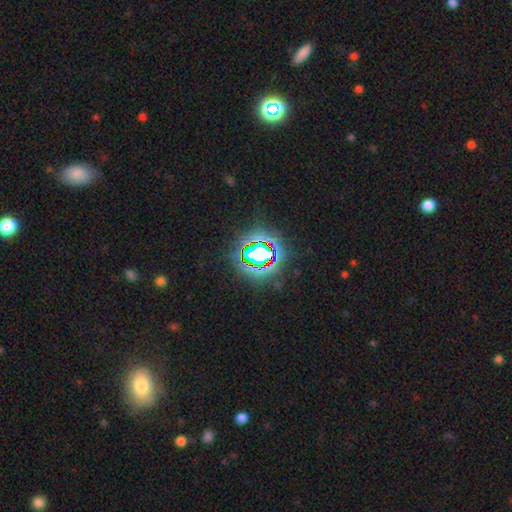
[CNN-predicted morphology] Q: Smooth or featured?
A: star or artifact (76%); runner-up: smooth (15%)